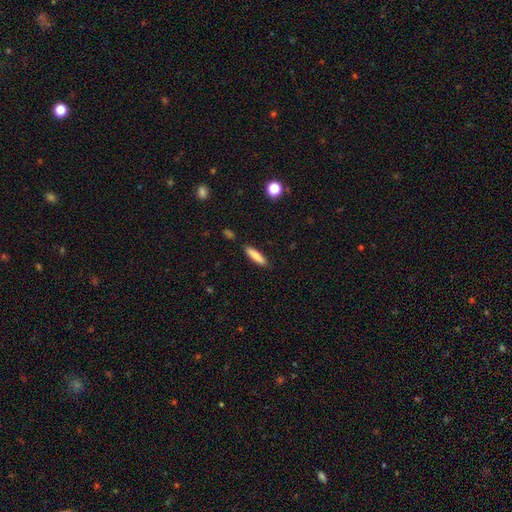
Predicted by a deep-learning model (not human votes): Smooth or featured? Predicted: smooth (p=0.83). How rounded? Predicted: cigar-shaped (p=0.77). Merging? Predicted: none (p=0.87).